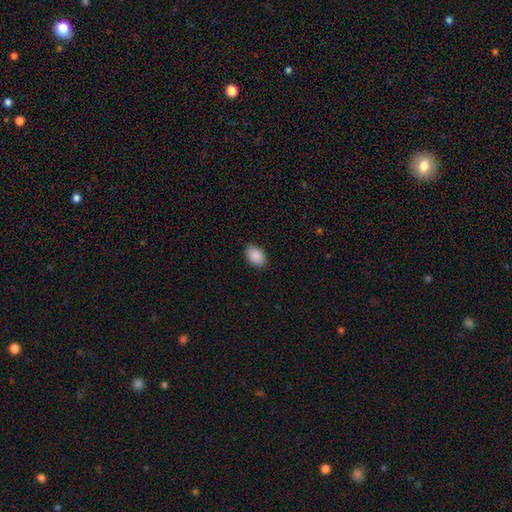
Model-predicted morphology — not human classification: A smooth galaxy with no disk features (90%) that is in between round and cigar-shaped (90%).

Vote fractions:
- Smooth or featured? smooth: 90% / star or artifact: 7% / featured or disk: 4%
- How rounded? in between: 90% / round: 9% / cigar-shaped: 1%
- Merging? none: 89% / minor disturbance: 9% / major disturbance: 2% / merger: 1%